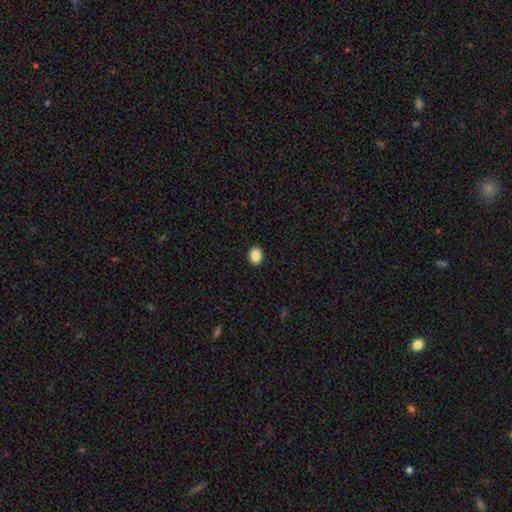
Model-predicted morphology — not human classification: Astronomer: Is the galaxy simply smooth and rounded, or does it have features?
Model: smooth — 87%.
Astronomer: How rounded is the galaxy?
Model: in between — 55% (runner-up: round, 44%).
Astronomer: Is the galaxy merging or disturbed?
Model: none — 92%.